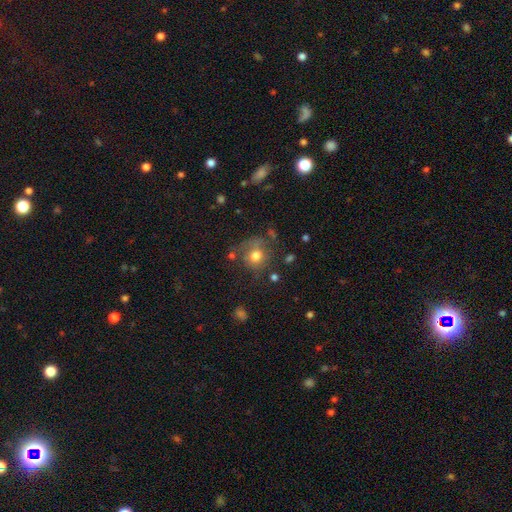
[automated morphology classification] Overall: smooth (70%). How rounded: round (81%). Merging: none (58%; minor disturbance 22%).